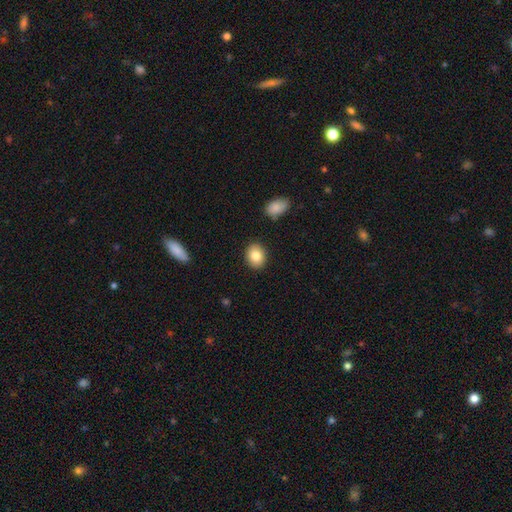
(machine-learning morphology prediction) This is clearly a smooth galaxy (83%). How rounded: possibly round (50%). Merging: clearly none (89%).